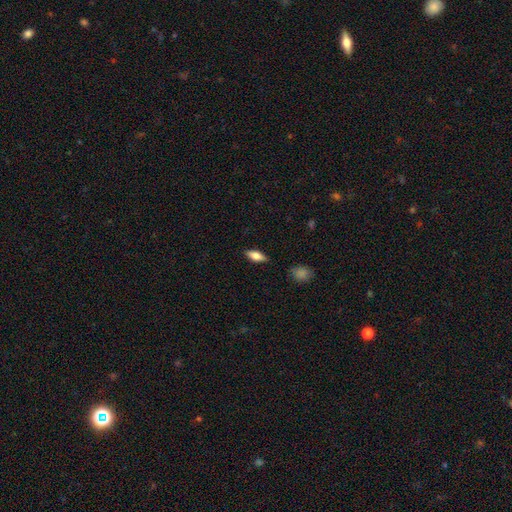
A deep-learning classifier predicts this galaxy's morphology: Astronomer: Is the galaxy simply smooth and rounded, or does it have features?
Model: smooth — 68%.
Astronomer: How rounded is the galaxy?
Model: in between — 74%.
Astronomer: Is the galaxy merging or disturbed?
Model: none — 86%.